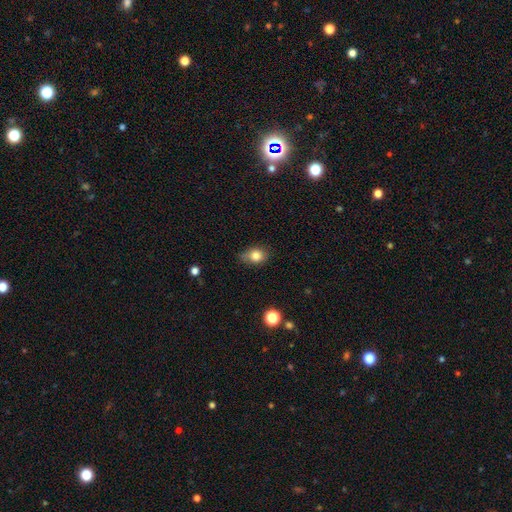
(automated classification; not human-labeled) Q: Smooth or featured?
A: smooth (82%); runner-up: star or artifact (10%)
Q: How rounded?
A: in between (54%); runner-up: round (45%)
Q: Merging?
A: none (64%); runner-up: minor disturbance (28%)